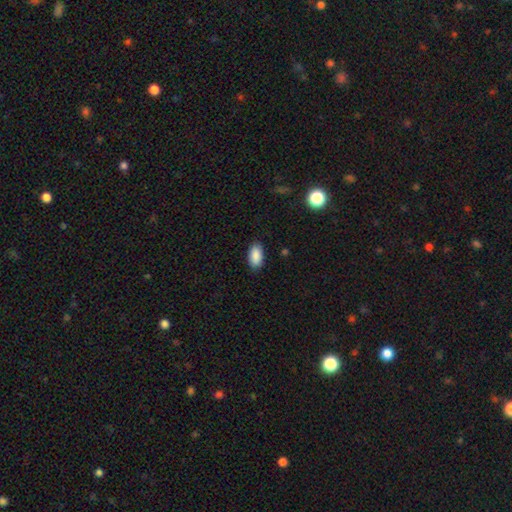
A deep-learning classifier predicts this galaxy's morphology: smooth_or_featured: smooth (p=0.89) [alt: star or artifact p=0.07]
how_rounded: in between (p=0.93) [alt: cigar-shaped p=0.04]
merging: none (p=0.88) [alt: minor disturbance p=0.09]